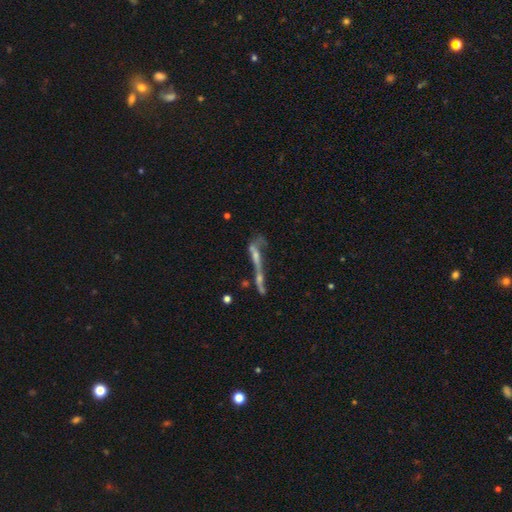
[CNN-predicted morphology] A featured or disk galaxy (63%) viewed edge-on (58%).

Vote fractions:
- Smooth or featured? featured or disk: 63% / smooth: 21% / star or artifact: 16%
- Edge-on disk? yes: 58% / no: 42%
- Merging? merger: 34% / none: 30% / major disturbance: 23% / minor disturbance: 13%